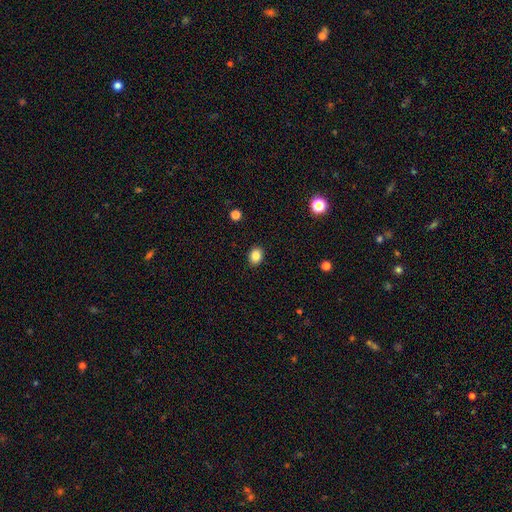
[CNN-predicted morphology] A smooth galaxy with no disk features (85%) that is in between round and cigar-shaped (56%). Merging: none (90%).